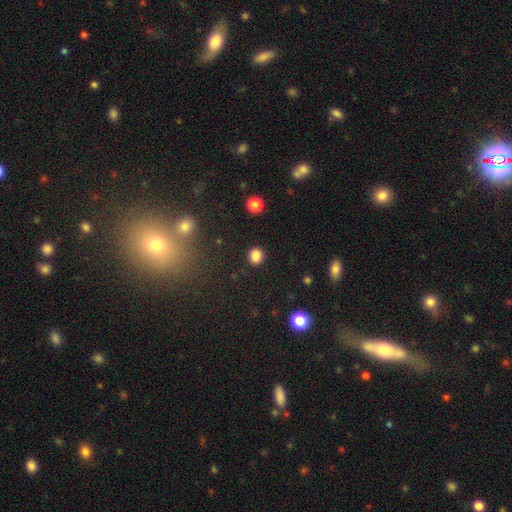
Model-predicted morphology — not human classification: Smooth or featured: smooth — 84% (star or artifact — 12%)
How rounded: round — 73% (in between — 26%)
Merging: none — 86% (minor disturbance — 9%)